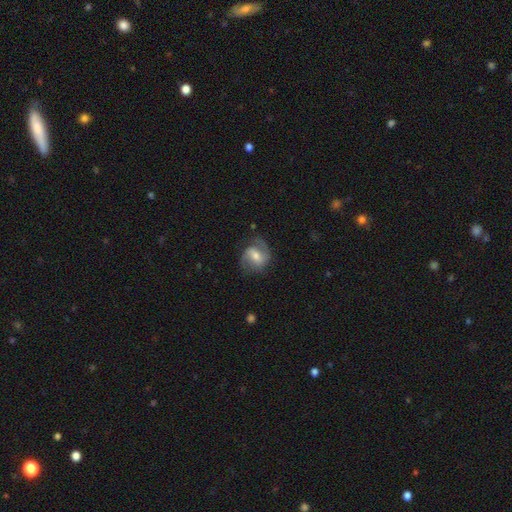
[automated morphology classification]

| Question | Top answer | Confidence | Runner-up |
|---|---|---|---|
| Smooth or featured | featured or disk | 74% | smooth (19%) |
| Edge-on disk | no | 97% | yes (3%) |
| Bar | weak | 48% | strong (32%) |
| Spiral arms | yes | 92% | no (8%) |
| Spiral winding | medium | 48% | loose (30%) |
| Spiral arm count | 2 | 81% | can't tell (7%) |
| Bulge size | moderate | 54% | small (37%) |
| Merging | none | 67% | minor disturbance (20%) |